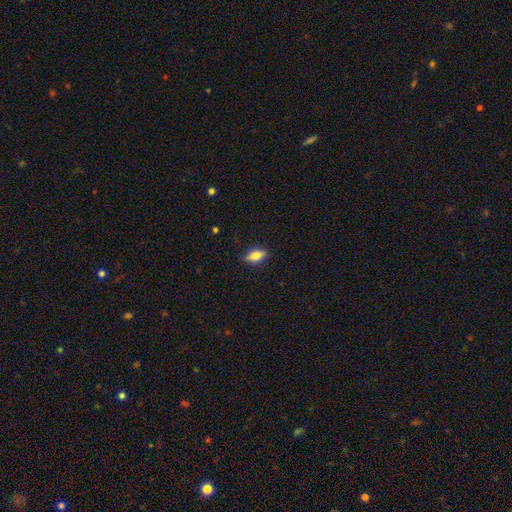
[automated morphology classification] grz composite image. It shows a smooth galaxy with no disk features (73%) that is in between round and cigar-shaped (82%). Merging: none (85%).